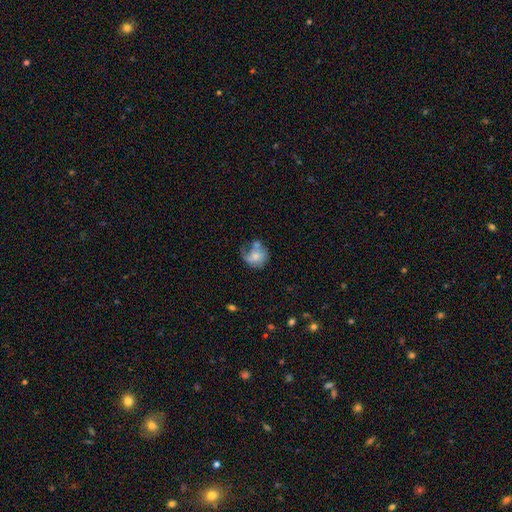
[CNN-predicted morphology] smooth 53%, featured or disk 38%, star or artifact 9%. Down the decision tree: how rounded — round (63%); merging — none (31%).